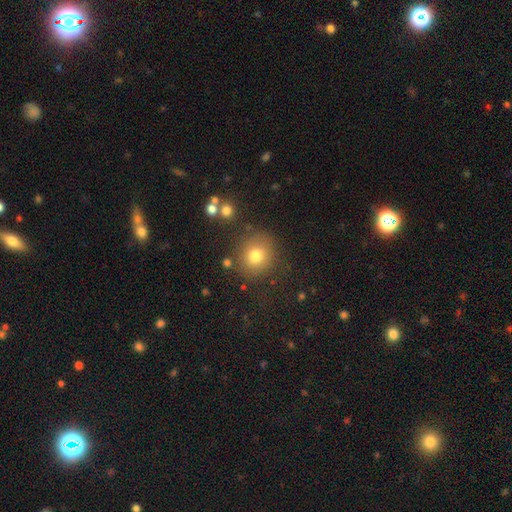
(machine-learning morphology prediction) Smooth or featured? smooth (78%)
How rounded? round (85%)
Merging? none (81%)